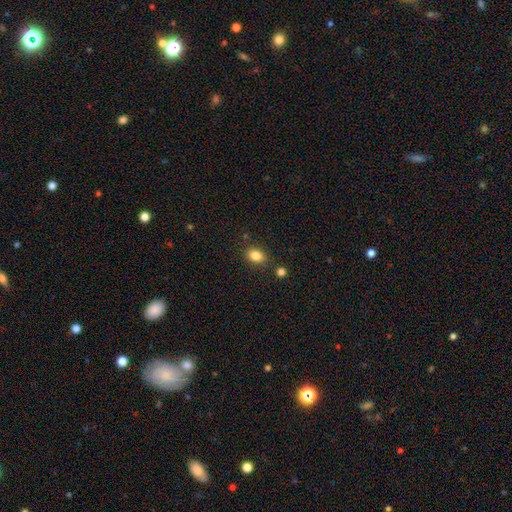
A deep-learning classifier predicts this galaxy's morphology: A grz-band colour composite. It shows a smooth galaxy with no disk features (84%) that is in between round and cigar-shaped (72%). Merging: none (80%).